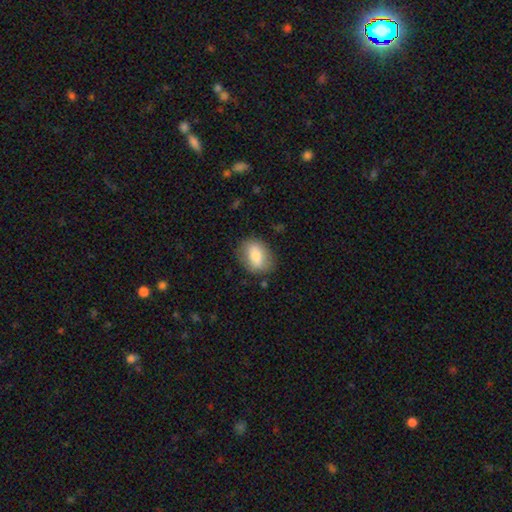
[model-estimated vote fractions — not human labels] smooth_or_featured: smooth (p=0.75) [alt: featured or disk p=0.18]
how_rounded: in between (p=0.75) [alt: round p=0.23]
merging: none (p=0.77) [alt: minor disturbance p=0.16]